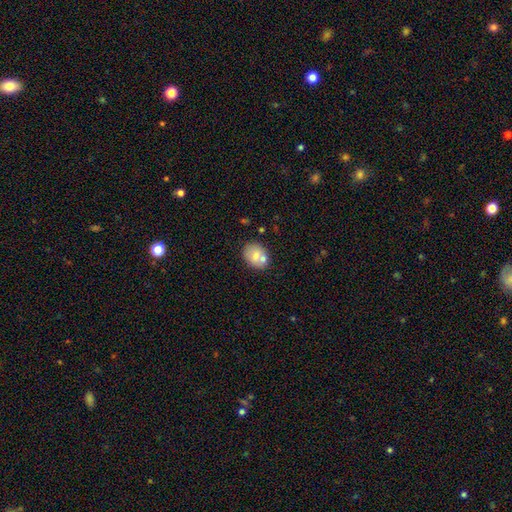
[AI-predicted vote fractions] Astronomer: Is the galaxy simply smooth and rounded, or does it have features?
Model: smooth — 70%.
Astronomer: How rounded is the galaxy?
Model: round — 50% (runner-up: in between, 49%).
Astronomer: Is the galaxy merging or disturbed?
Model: none — 62%.